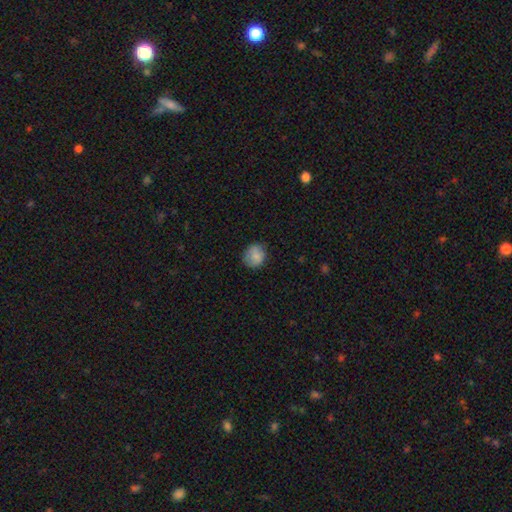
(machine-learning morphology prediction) type=smooth (83%); roundness=round (74%); merging=none (77%).